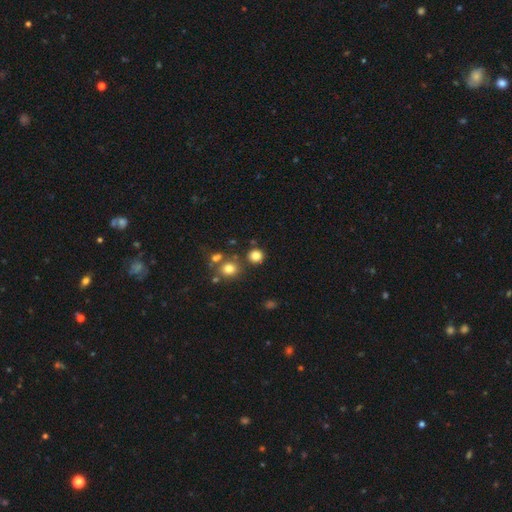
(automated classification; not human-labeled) Q: Smooth or featured?
A: smooth (81%); runner-up: star or artifact (14%)
Q: How rounded?
A: round (90%); runner-up: in between (9%)
Q: Merging?
A: none (80%); runner-up: merger (9%)